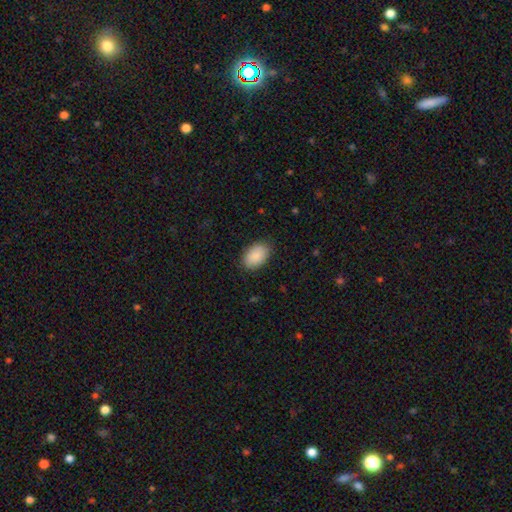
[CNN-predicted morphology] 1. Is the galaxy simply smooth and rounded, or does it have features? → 88% smooth, 6% featured or disk, 6% star or artifact.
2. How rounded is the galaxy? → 89% in between, 9% round, 1% cigar-shaped.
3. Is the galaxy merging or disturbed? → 84% none, 12% minor disturbance, 3% major disturbance, 1% merger.